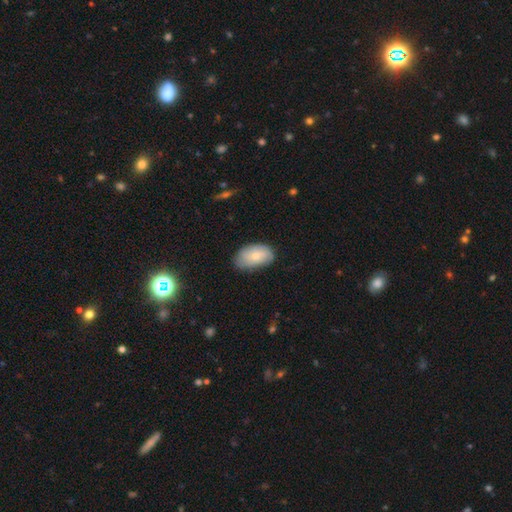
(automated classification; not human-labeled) Morphology: type=smooth (71%); roundness=in between (93%); merging=none (70%).